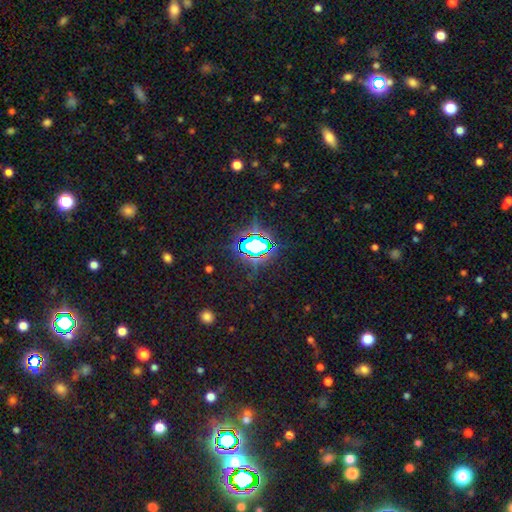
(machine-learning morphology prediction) This is likely a star or artifact rather than a galaxy (76%).